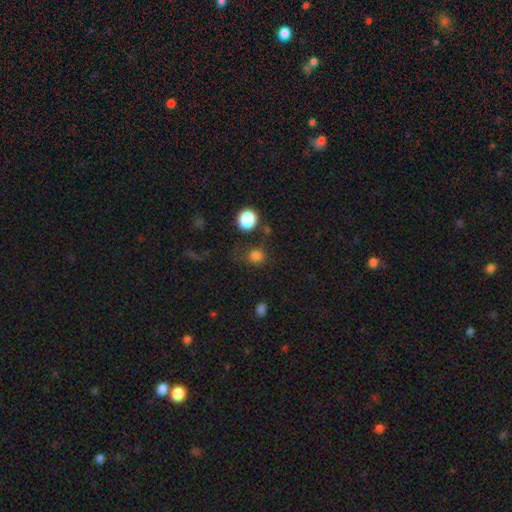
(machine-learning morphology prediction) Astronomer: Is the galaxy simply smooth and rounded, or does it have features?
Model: smooth — 78%.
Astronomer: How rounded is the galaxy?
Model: round — 78%.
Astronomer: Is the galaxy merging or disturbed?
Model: none — 69%.